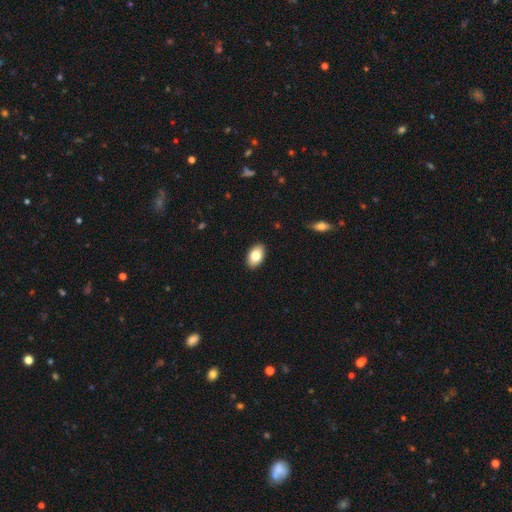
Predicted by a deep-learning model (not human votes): smooth 81%, featured or disk 12%, star or artifact 7%. Down the decision tree: how rounded — in between (92%); merging — none (90%).